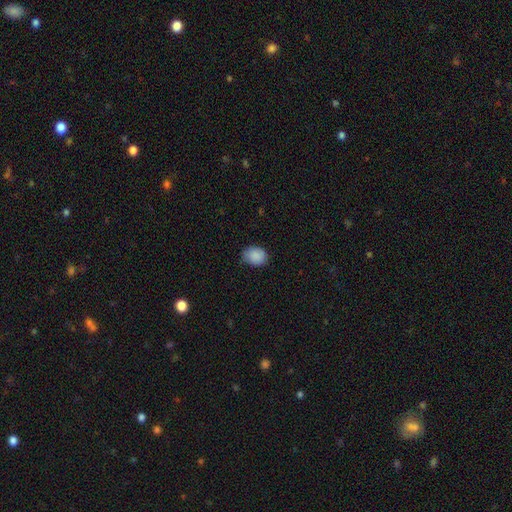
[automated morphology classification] Smooth or featured? Predicted: smooth (p=0.89). How rounded? Predicted: in between (p=0.55). Merging? Predicted: none (p=0.72).